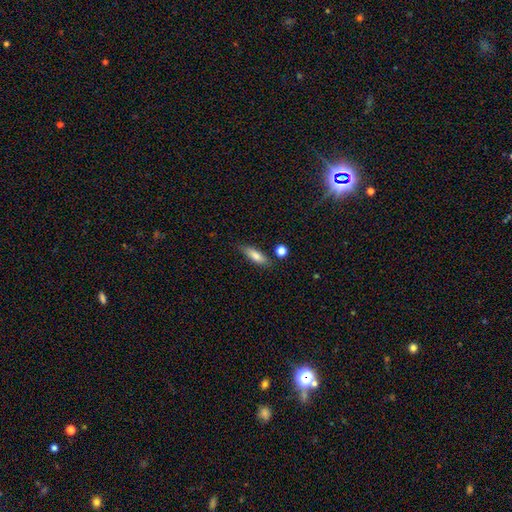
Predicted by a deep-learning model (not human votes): Smooth or featured? smooth (79%)
How rounded? cigar-shaped (50%)
Merging? none (77%)